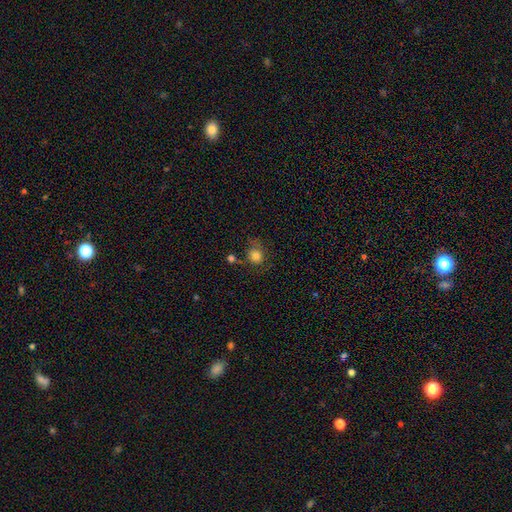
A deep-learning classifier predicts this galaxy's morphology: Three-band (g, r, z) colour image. It shows a smooth galaxy with no disk features (80%) that is round (77%). Merging: none (56%).